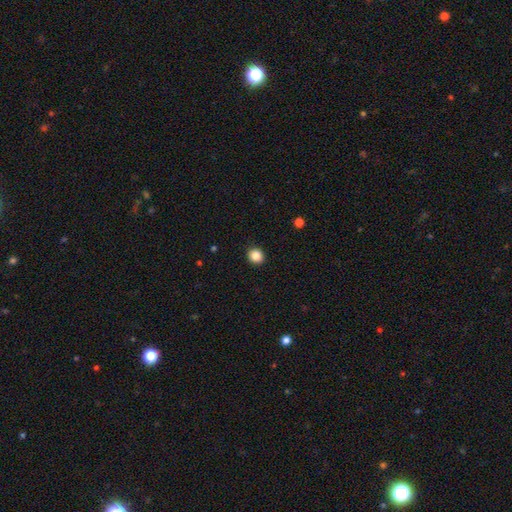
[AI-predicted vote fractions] A smooth galaxy with no disk features (86%) that is round (85%).

Vote fractions:
- Smooth or featured? smooth: 86% / star or artifact: 10% / featured or disk: 4%
- How rounded? round: 85% / in between: 14% / cigar-shaped: 1%
- Merging? none: 93% / minor disturbance: 5% / major disturbance: 2% / merger: 1%